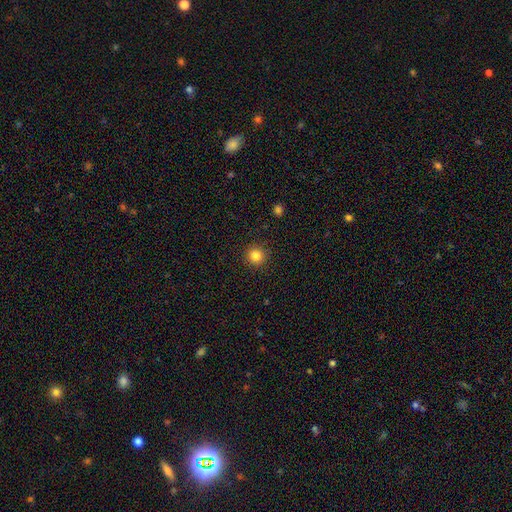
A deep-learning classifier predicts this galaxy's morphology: smooth-or-featured: smooth: 84% | star or artifact: 12% | featured or disk: 5%
  how-rounded: round: 94% | in between: 5% | cigar-shaped: 1%
  merging: none: 91% | minor disturbance: 6% | major disturbance: 2% | merger: 1%